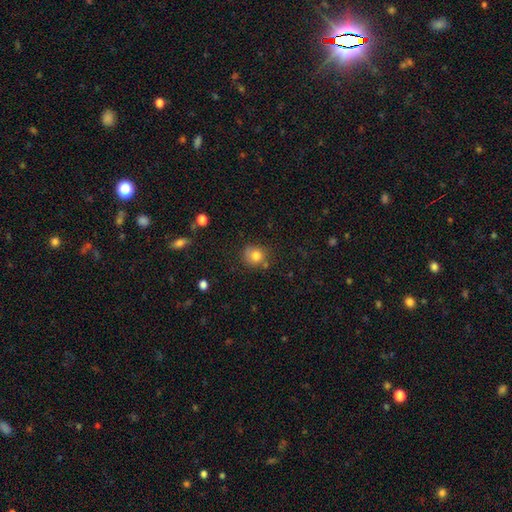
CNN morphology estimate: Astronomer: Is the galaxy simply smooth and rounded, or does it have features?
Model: smooth — 80%.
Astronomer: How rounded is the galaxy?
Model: round — 81%.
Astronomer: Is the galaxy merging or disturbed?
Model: none — 65%.